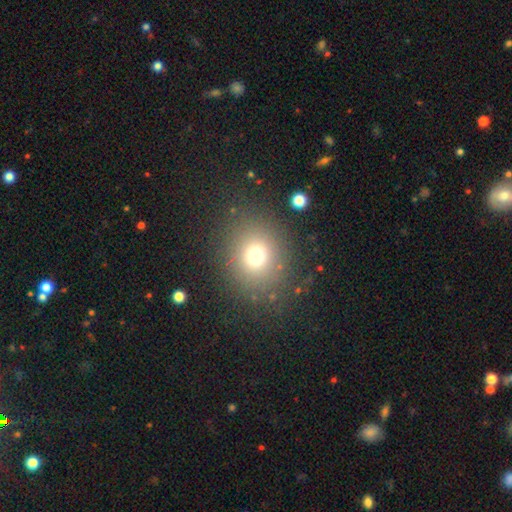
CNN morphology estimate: Smooth or featured: smooth — 71% (star or artifact — 19%)
How rounded: round — 79% (in between — 20%)
Merging: none — 84% (minor disturbance — 8%)